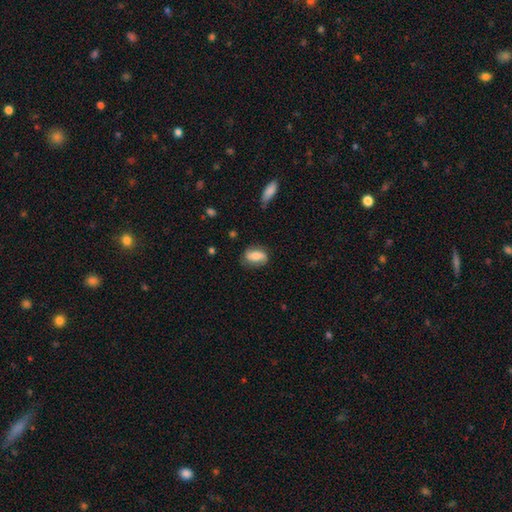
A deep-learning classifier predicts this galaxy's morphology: Smooth or featured? Predicted: smooth (p=0.63). How rounded? Predicted: in between (p=0.83). Merging? Predicted: none (p=0.71).